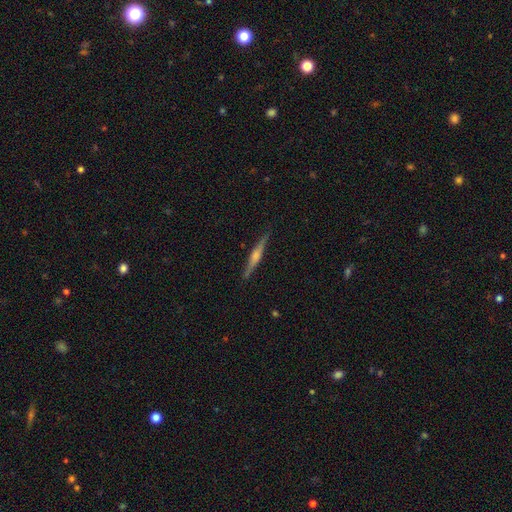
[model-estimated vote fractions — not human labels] This is likely a featured or disk galaxy (72%). It is clearly viewed edge-on (98%). Edge-on bulge: likely rounded (72%). Merging: clearly none (90%).